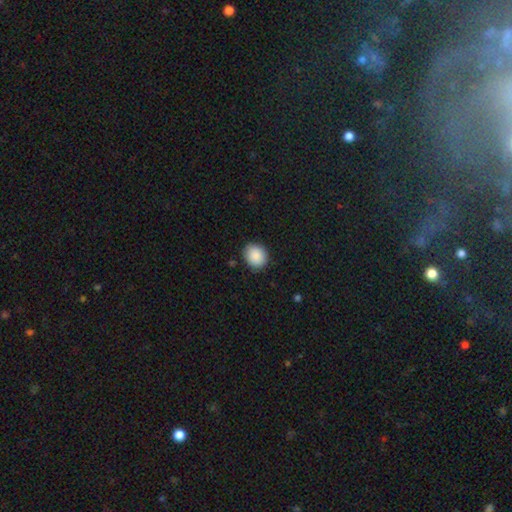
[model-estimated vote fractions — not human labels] Overall: smooth (90%). How rounded: round (68%; in between 32%). Merging: none (87%).